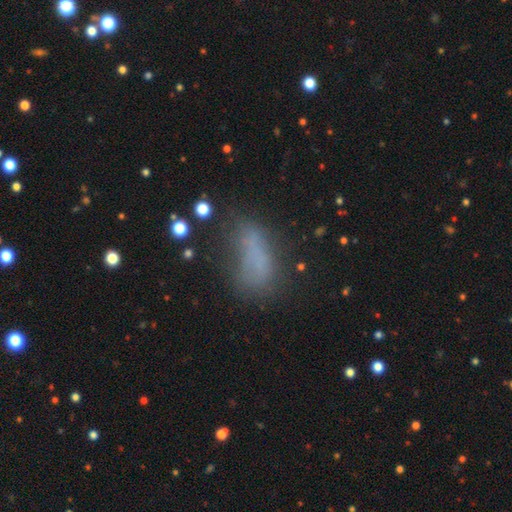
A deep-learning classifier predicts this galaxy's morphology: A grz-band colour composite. It shows a smooth galaxy with no disk features (63%) that is in between round and cigar-shaped (75%). Merging: none (45%).